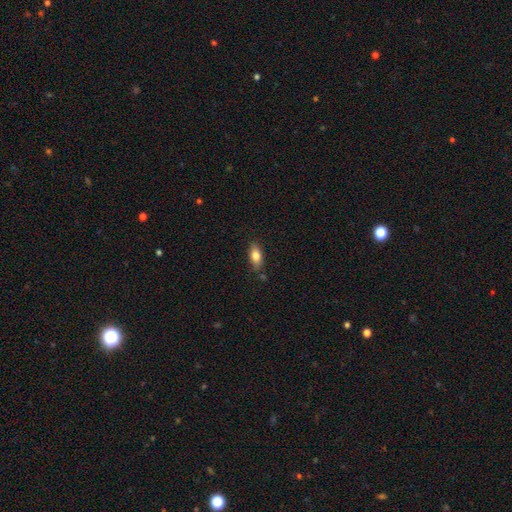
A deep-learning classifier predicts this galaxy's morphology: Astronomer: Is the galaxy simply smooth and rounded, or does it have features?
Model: smooth — 80%.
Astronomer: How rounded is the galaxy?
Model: in between — 83%.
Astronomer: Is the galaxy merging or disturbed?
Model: none — 78%.